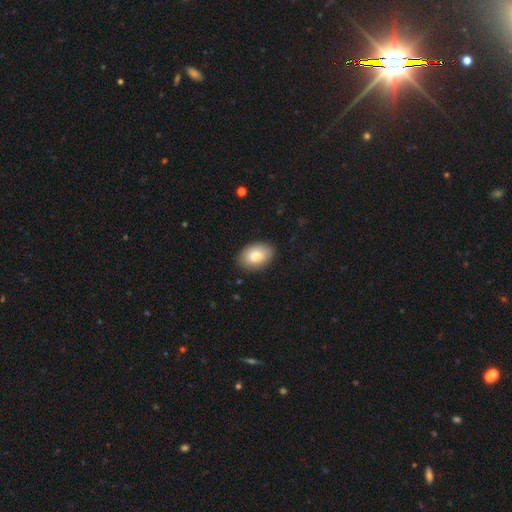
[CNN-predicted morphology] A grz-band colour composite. It shows a smooth galaxy with no disk features (82%) that is in between round and cigar-shaped (87%). Merging: none (86%).